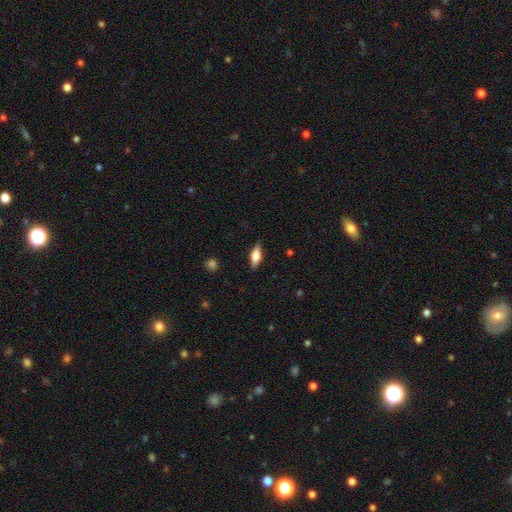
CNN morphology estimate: A smooth galaxy with no disk features (55%) that is in between round and cigar-shaped (64%). Merging: none (86%).